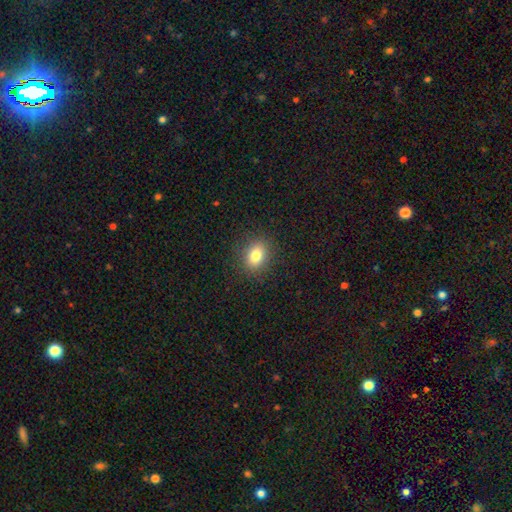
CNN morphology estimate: Smooth or featured: smooth — 80% (star or artifact — 11%)
How rounded: in between — 59% (round — 40%)
Merging: none — 88% (minor disturbance — 8%)